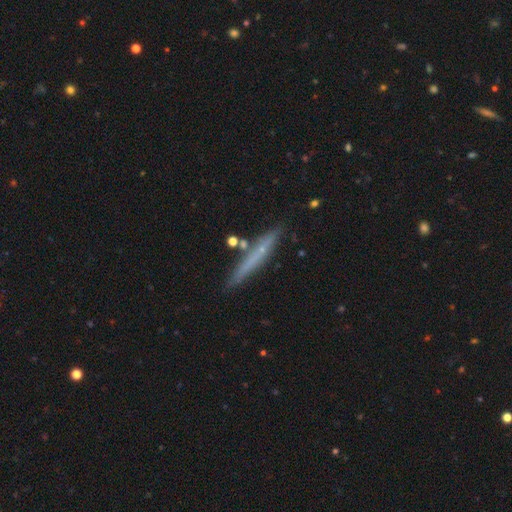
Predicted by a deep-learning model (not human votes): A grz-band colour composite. It shows a smooth galaxy with no disk features (51%) that is cigar-shaped (95%). Merging: none (83%).